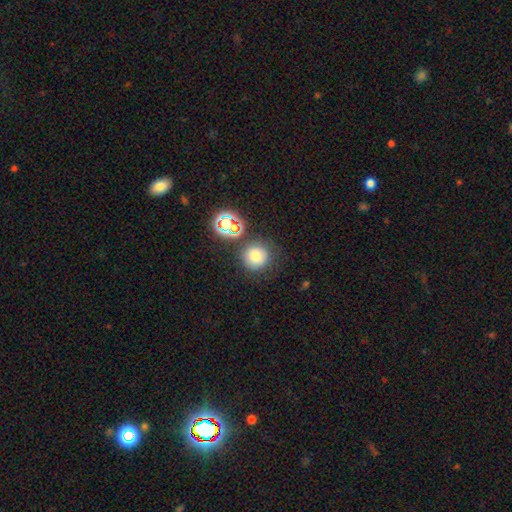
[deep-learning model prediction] This appears to be a smooth galaxy with no disk features (73%) that is round (91%). Merging: none (75%).